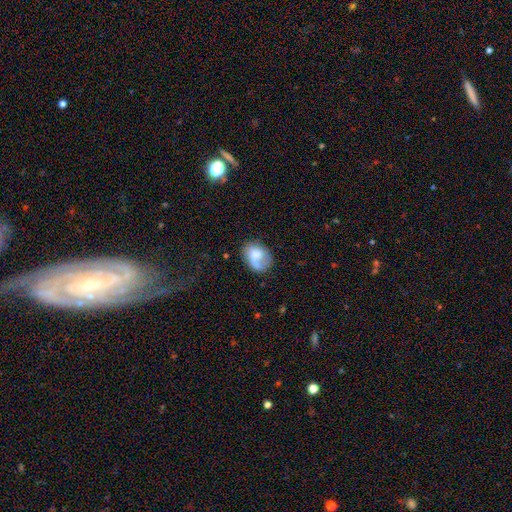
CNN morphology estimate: Q: Smooth or featured?
A: smooth (61%); runner-up: featured or disk (32%)
Q: How rounded?
A: in between (65%); runner-up: round (34%)
Q: Merging?
A: none (45%); runner-up: minor disturbance (25%)